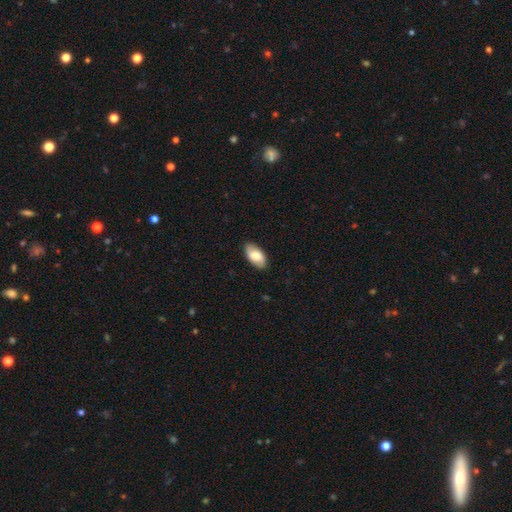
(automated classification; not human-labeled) Morphology: type=smooth (76%); roundness=in between (95%); merging=none (87%).